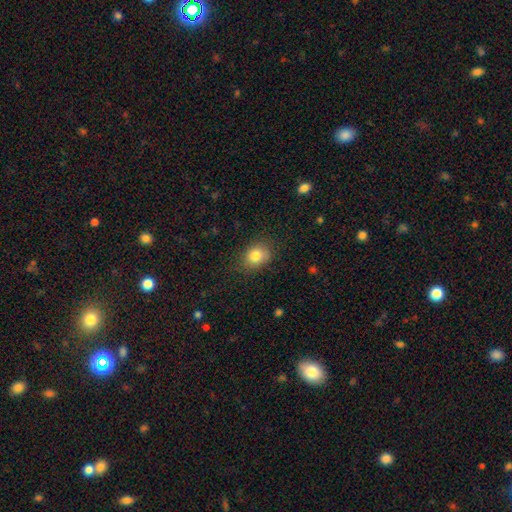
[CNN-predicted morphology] Overall: smooth (82%). How rounded: in between (51%; round 48%). Merging: none (75%).